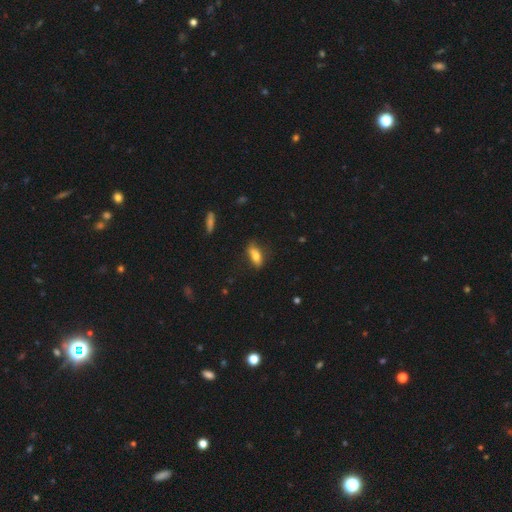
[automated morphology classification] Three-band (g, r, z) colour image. It shows a smooth galaxy with no disk features (72%) that is in between round and cigar-shaped (74%). Merging: none (65%).